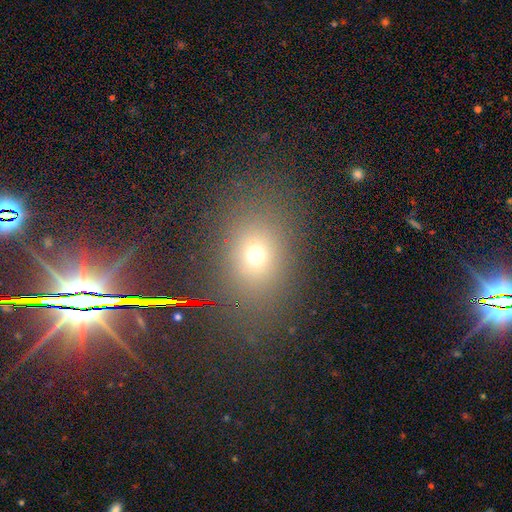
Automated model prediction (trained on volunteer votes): Smooth or featured? smooth (64%)
How rounded? in between (62%)
Merging? none (81%)